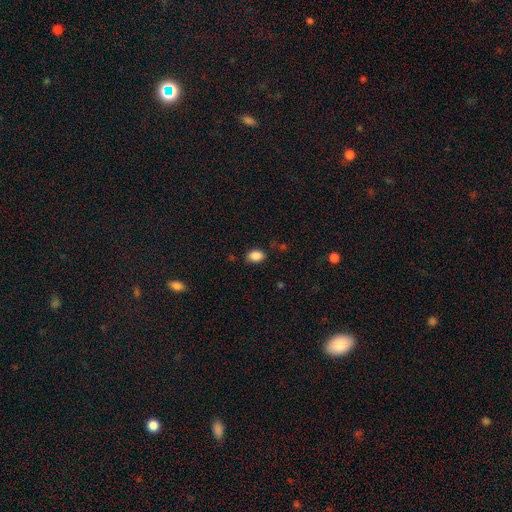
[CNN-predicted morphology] Smooth or featured? smooth (87%)
How rounded? in between (77%)
Merging? none (82%)